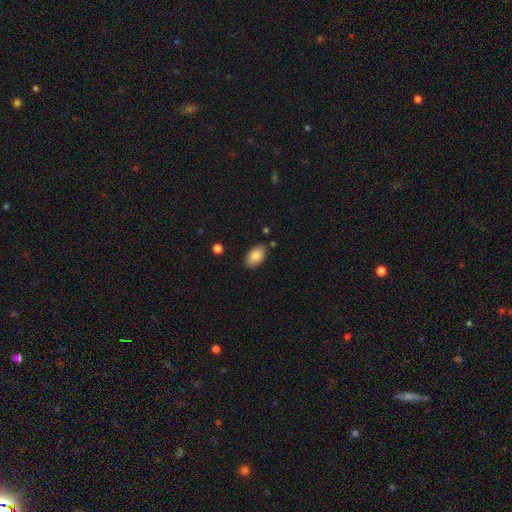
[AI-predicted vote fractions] Morphology: type=smooth (84%); roundness=in between (94%); merging=none (83%).